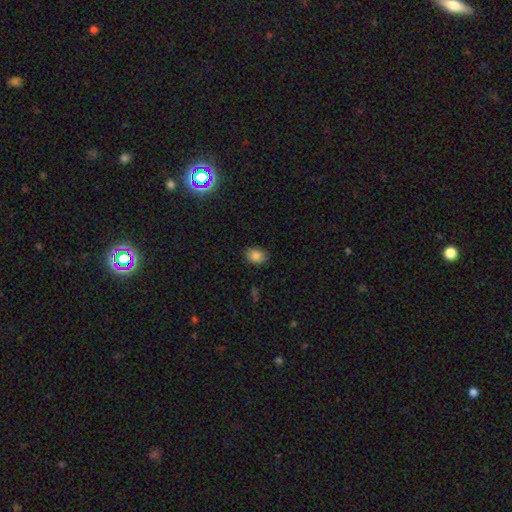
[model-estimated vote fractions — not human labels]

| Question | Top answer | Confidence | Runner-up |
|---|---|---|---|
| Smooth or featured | smooth | 85% | star or artifact (10%) |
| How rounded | in between | 65% | round (34%) |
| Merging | none | 85% | minor disturbance (11%) |